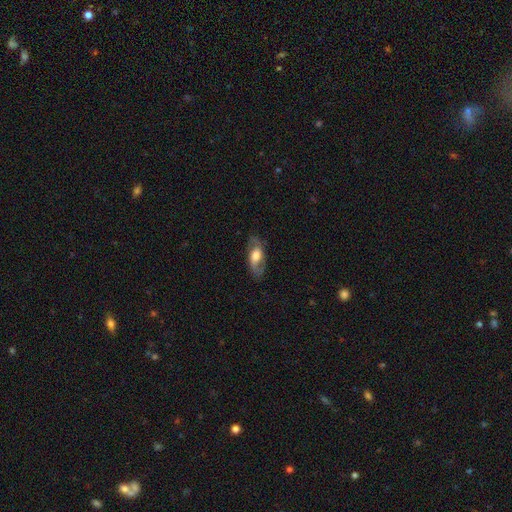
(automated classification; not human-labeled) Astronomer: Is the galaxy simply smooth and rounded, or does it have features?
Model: featured or disk — 60%.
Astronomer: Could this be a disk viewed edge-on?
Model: no — 85%.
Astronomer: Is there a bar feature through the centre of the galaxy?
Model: no — 55% (runner-up: weak, 33%).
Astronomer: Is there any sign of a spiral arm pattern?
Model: yes — 78%.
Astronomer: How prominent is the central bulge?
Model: moderate — 45% (runner-up: large, 42%).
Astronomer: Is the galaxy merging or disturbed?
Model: none — 75%.